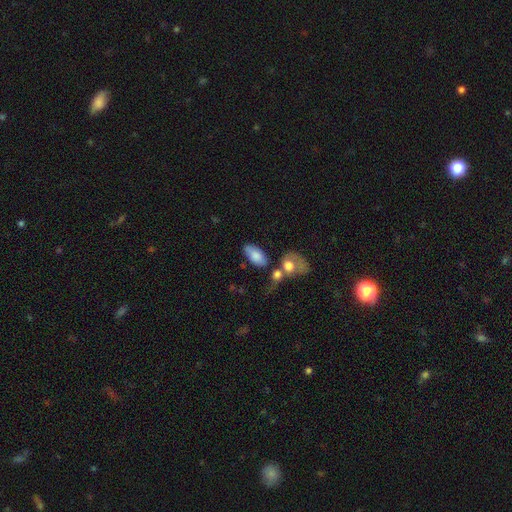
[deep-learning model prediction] smooth-or-featured: smooth: 77% | featured or disk: 16% | star or artifact: 7%
  how-rounded: in between: 92% | round: 4% | cigar-shaped: 4%
  merging: none: 50% | merger: 24% | minor disturbance: 18% | major disturbance: 9%